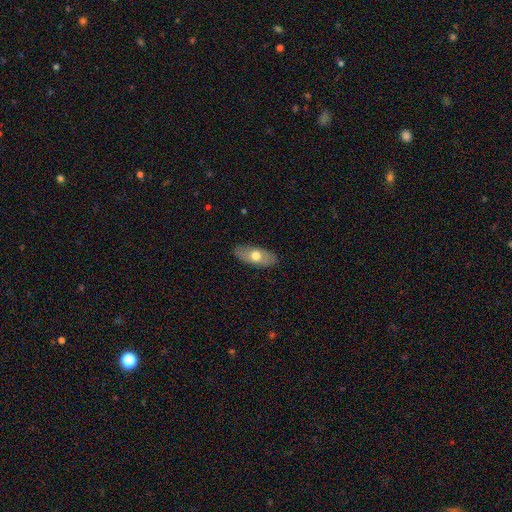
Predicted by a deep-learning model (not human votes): The model was most divided on "smooth or featured": smooth: 61%, featured or disk: 33%, star or artifact: 6%. More confident: merging — none (86%); how rounded — in between (86%).